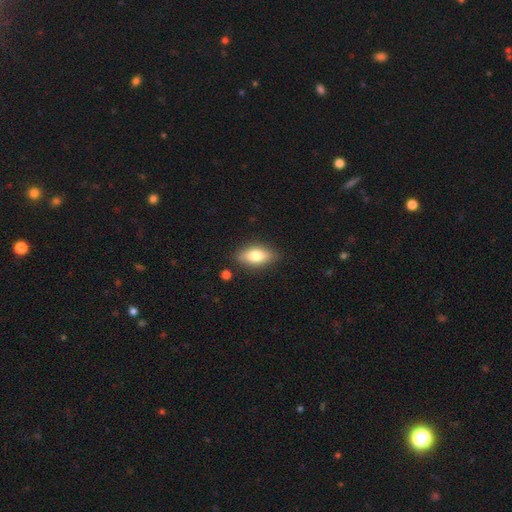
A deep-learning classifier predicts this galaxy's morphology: smooth 74%, featured or disk 19%, star or artifact 7%. Down the decision tree: how rounded — in between (84%); merging — none (84%).